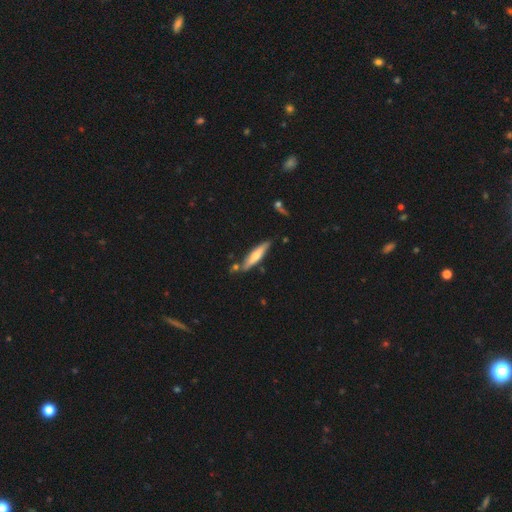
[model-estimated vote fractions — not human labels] A smooth galaxy with no disk features (51%) that is cigar-shaped (84%). Merging: none (77%).